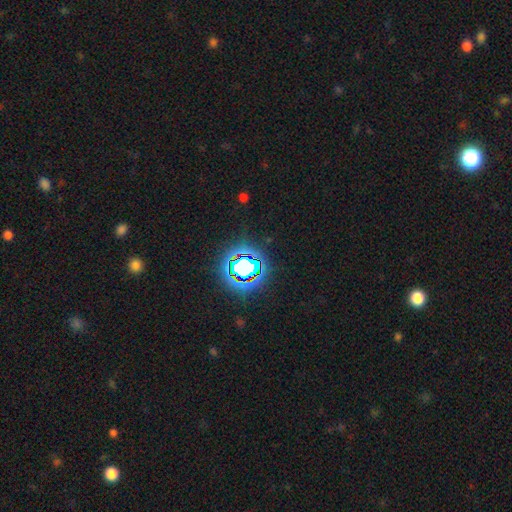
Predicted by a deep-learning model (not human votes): star or artifact 82%, smooth 12%, featured or disk 6%.